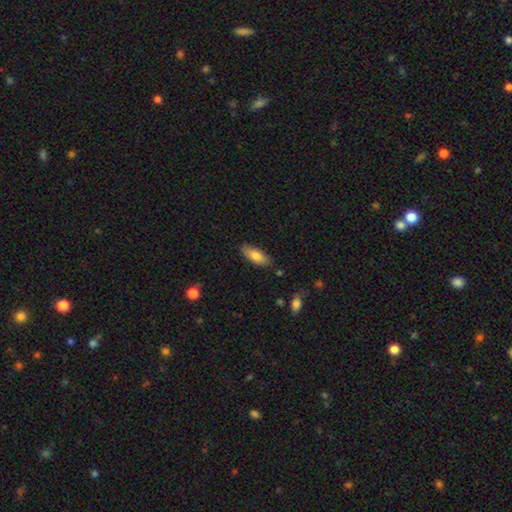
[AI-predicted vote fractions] Smooth or featured? smooth (76%)
How rounded? in between (71%)
Merging? none (82%)